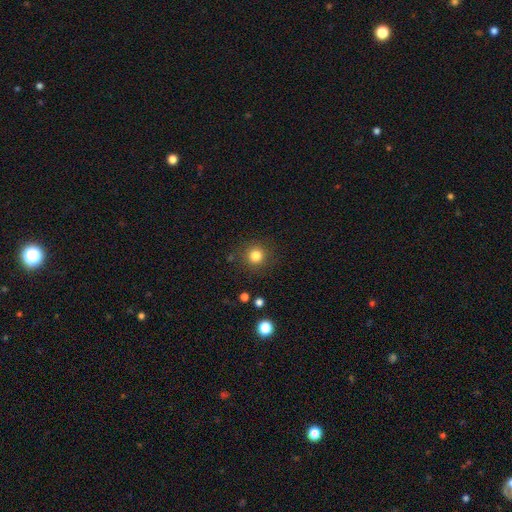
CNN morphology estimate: This is clearly a smooth galaxy (82%). How rounded: clearly round (94%). Merging: clearly none (88%).